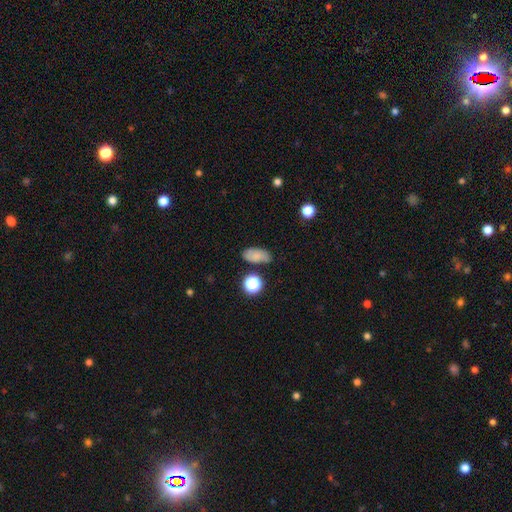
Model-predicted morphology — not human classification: A smooth galaxy with no disk features (71%) that is in between round and cigar-shaped (86%). Merging: none (70%).